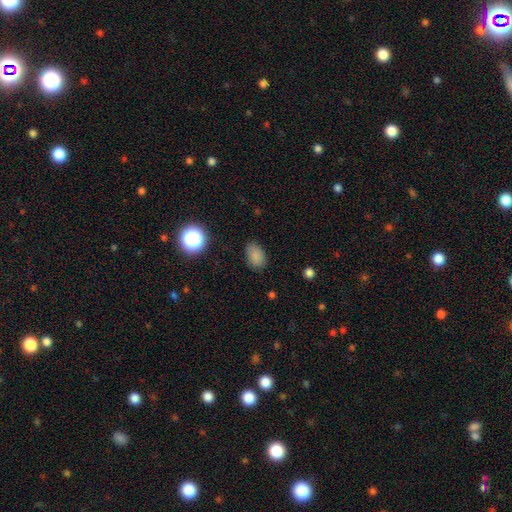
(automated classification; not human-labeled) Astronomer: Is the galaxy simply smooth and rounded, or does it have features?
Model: smooth — 82%.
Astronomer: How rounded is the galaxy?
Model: in between — 84%.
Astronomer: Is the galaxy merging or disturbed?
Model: none — 80%.